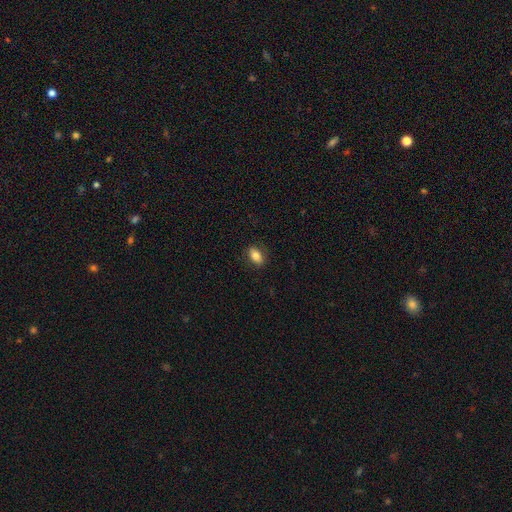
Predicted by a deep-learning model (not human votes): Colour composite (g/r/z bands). It shows a smooth galaxy with no disk features (81%) that is in between round and cigar-shaped (86%). Merging: none (86%).